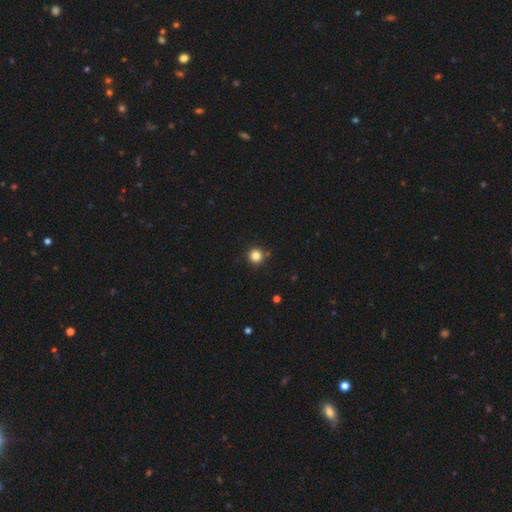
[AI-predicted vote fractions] Smooth or featured: smooth — 83% (star or artifact — 12%)
How rounded: round — 95% (in between — 4%)
Merging: none — 88% (minor disturbance — 8%)